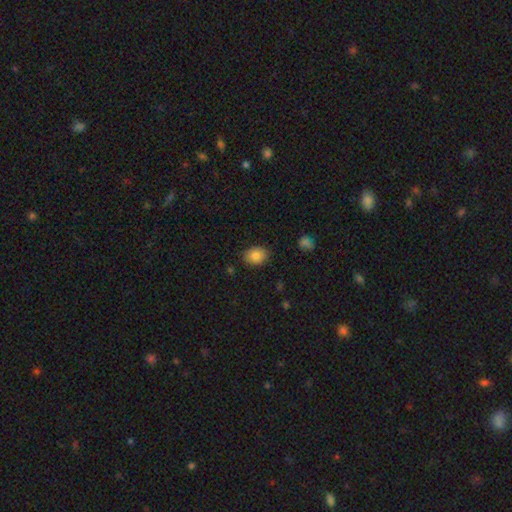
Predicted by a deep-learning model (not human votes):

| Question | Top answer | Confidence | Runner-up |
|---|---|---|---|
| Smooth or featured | smooth | 85% | star or artifact (9%) |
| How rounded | in between | 62% | round (37%) |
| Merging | none | 85% | minor disturbance (11%) |